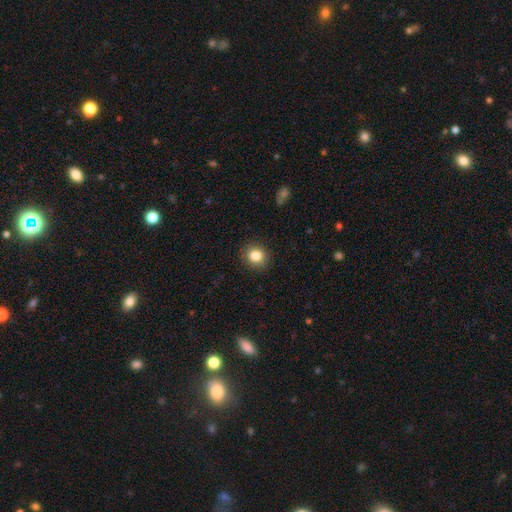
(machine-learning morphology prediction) Smooth or featured? smooth (84%)
How rounded? round (84%)
Merging? none (90%)